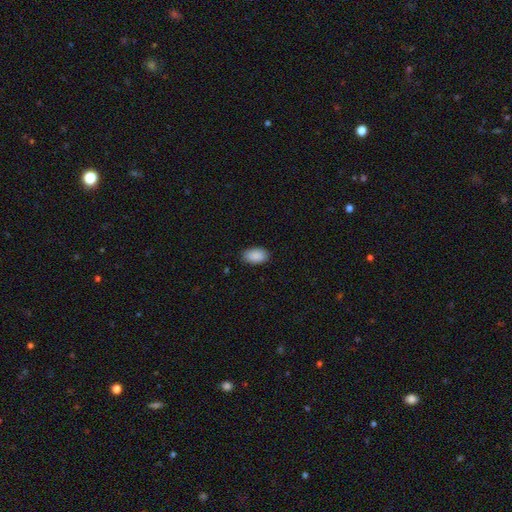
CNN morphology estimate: Smooth or featured? smooth (90%)
How rounded? in between (94%)
Merging? none (85%)